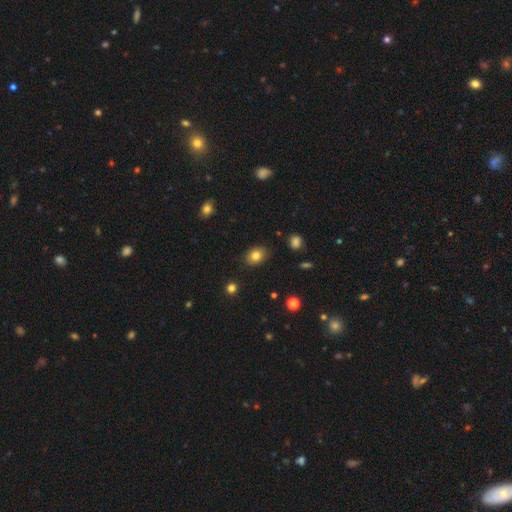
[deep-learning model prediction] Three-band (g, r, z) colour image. It shows a smooth galaxy with no disk features (81%) that is in between round and cigar-shaped (64%). Merging: none (86%).